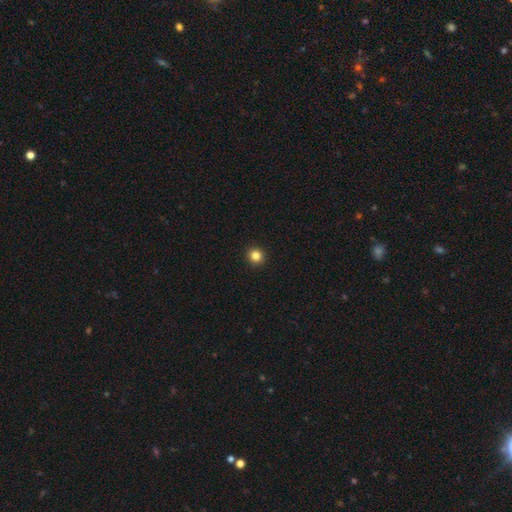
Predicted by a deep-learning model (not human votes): smooth_or_featured: smooth (p=0.84) [alt: star or artifact p=0.12]
how_rounded: round (p=0.92) [alt: in between p=0.07]
merging: none (p=0.94) [alt: minor disturbance p=0.04]